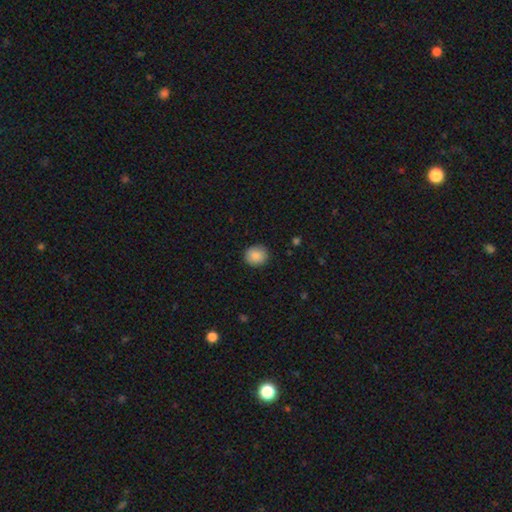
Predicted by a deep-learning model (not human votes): smooth-or-featured: smooth: 89% | star or artifact: 8% | featured or disk: 4%
  how-rounded: round: 80% | in between: 20% | cigar-shaped: 1%
  merging: none: 89% | minor disturbance: 8% | major disturbance: 2% | merger: 1%